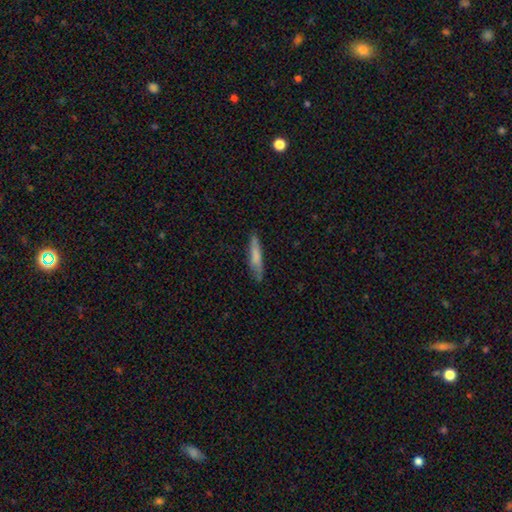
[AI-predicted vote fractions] This is likely a smooth galaxy (70%). How rounded: clearly cigar-shaped (86%). Merging: likely none (77%).